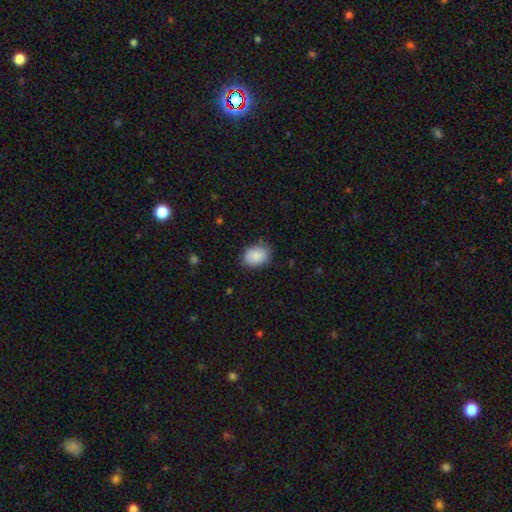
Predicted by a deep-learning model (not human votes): smooth-or-featured: smooth: 88% | star or artifact: 7% | featured or disk: 5%
  how-rounded: in between: 67% | round: 32% | cigar-shaped: 1%
  merging: none: 77% | minor disturbance: 18% | major disturbance: 4% | merger: 1%